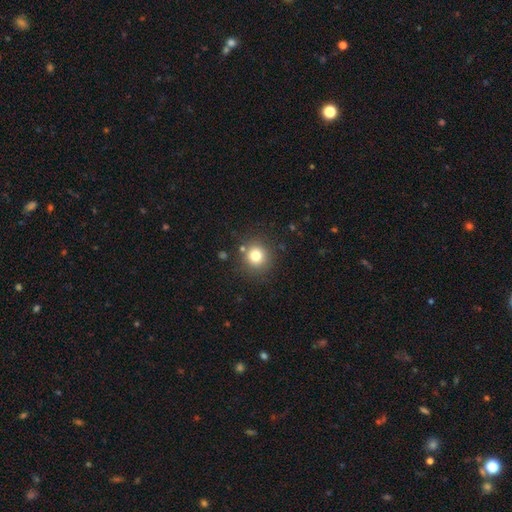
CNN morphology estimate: Overall: smooth (78%). How rounded: round (92%). Merging: none (85%).